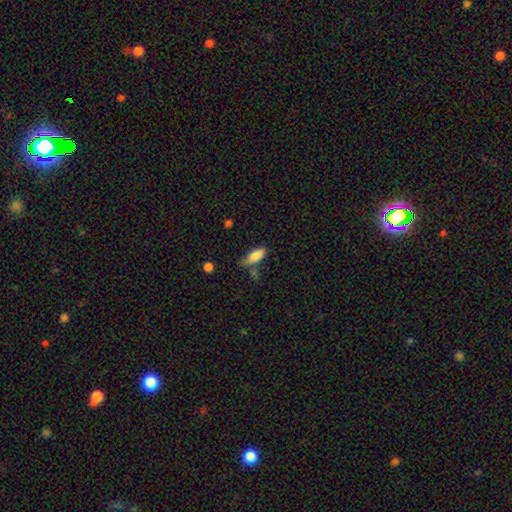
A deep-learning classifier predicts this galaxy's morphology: type=smooth (84%); roundness=in between (70%); merging=none (54%).